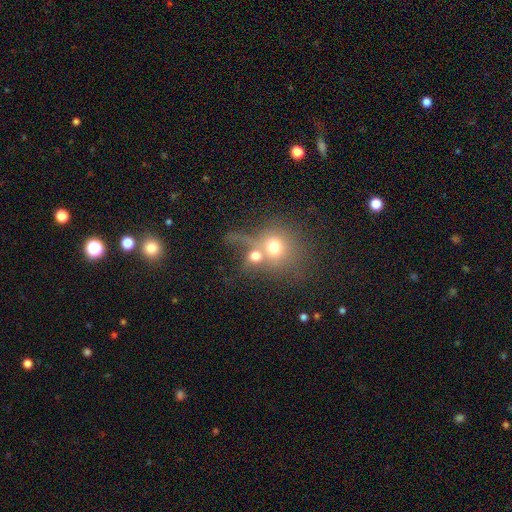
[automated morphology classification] smooth 63%, featured or disk 23%, star or artifact 14%. Down the decision tree: how rounded — round (73%); merging — merger (62%).